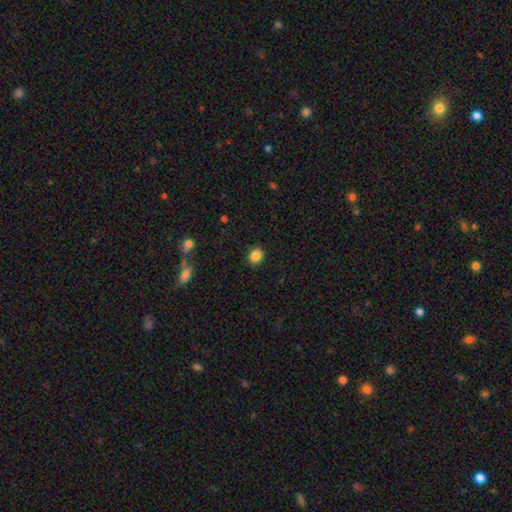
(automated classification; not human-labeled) Morphology: type=smooth (85%); roundness=round (78%); merging=none (90%).